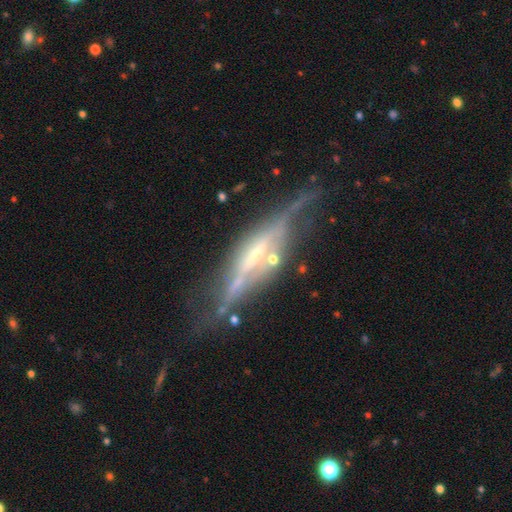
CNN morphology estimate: A featured or disk galaxy (82%) viewed edge-on (89%) with a rounded central bulge (54%). Merging: none (58%).